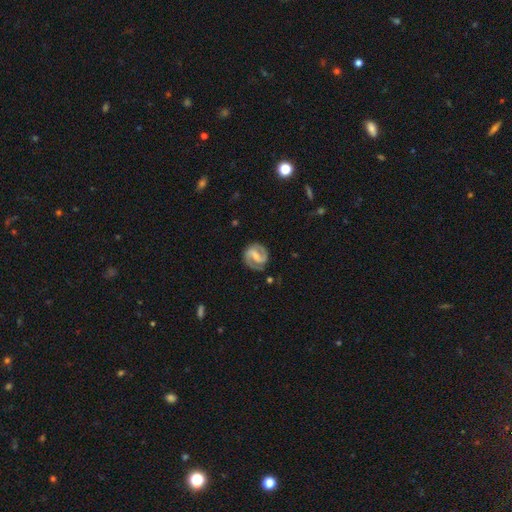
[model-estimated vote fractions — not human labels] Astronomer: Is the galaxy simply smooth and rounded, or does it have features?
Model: featured or disk — 87%.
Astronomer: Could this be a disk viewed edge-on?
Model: no — 98%.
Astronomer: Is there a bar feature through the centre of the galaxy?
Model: strong — 43% (runner-up: weak, 42%).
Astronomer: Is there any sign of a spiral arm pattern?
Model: yes — 97%.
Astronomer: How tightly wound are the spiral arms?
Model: medium — 51% (runner-up: tight, 37%).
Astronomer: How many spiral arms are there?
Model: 2 — 92%.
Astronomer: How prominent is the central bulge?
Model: small — 49% (runner-up: moderate, 40%).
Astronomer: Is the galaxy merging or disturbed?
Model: none — 83%.